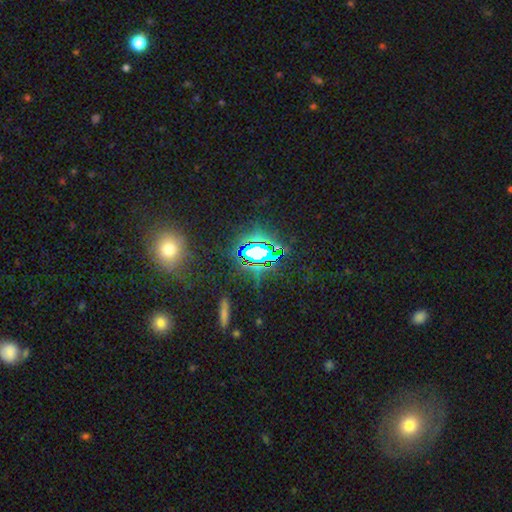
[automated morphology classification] Q: Smooth or featured?
A: star or artifact (79%); runner-up: smooth (11%)